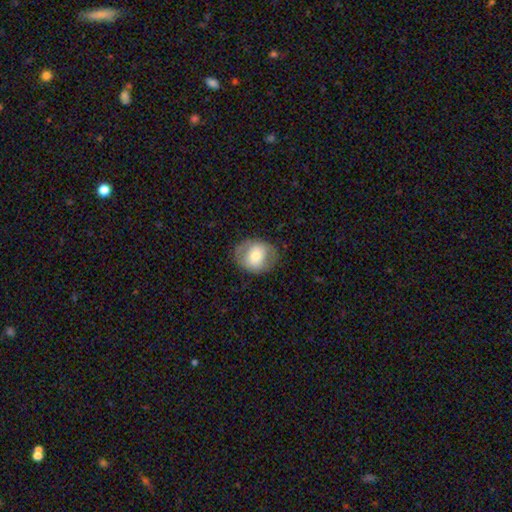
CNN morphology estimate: Smooth or featured? Predicted: smooth (p=0.59). How rounded? Predicted: round (p=0.57). Merging? Predicted: none (p=0.76).